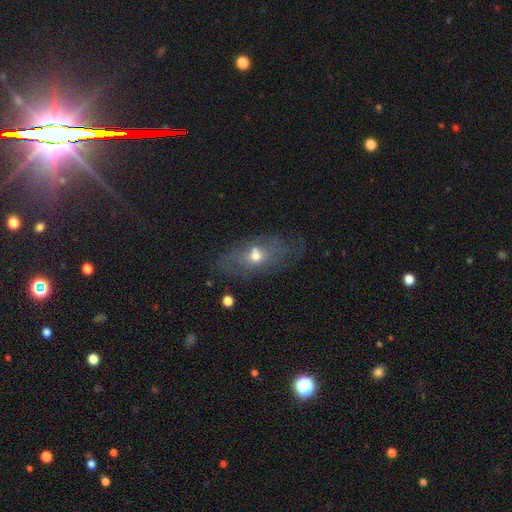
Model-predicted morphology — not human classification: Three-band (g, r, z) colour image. It shows a smooth galaxy with no disk features (49%). Merging: none (55%).